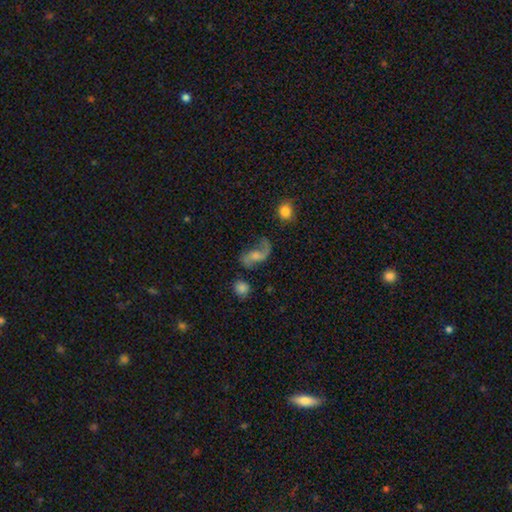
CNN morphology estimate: The model was most divided on "bulge size": small: 35%, moderate: 34%, none: 21%, large: 7%, dominant: 2%. More confident: edge-on disk — no (97%); spiral arms — yes (92%); spiral arm count — 2 (85%); spiral winding — loose (81%); smooth or featured — featured or disk (75%); bar — no (53%); merging — none (50%).